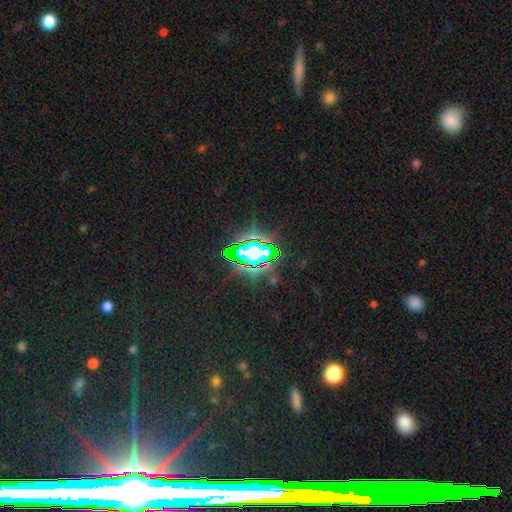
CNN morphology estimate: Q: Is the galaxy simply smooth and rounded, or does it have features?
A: star or artifact — 79%.